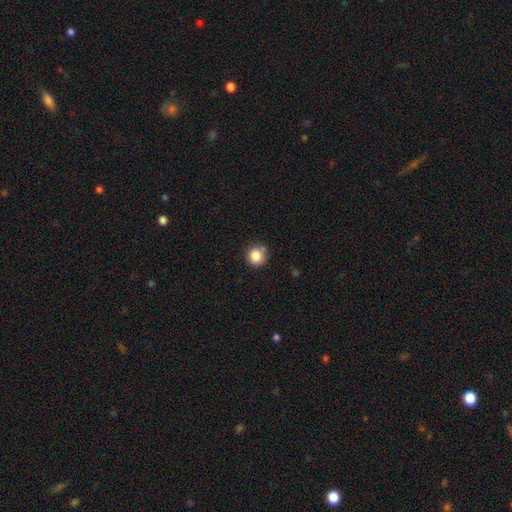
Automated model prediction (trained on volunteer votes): Smooth or featured?
  - smooth: 85% *
  - star or artifact: 10%
  - featured or disk: 5%
How rounded?
  - round: 92% *
  - in between: 7%
  - cigar-shaped: 1%
Merging?
  - none: 76% *
  - minor disturbance: 16%
  - merger: 5%
  - major disturbance: 3%